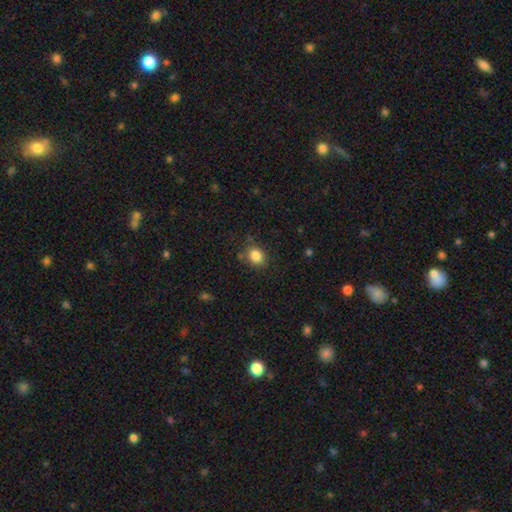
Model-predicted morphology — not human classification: This is clearly a smooth galaxy (85%). How rounded: possibly round (57%). Merging: likely none (78%).